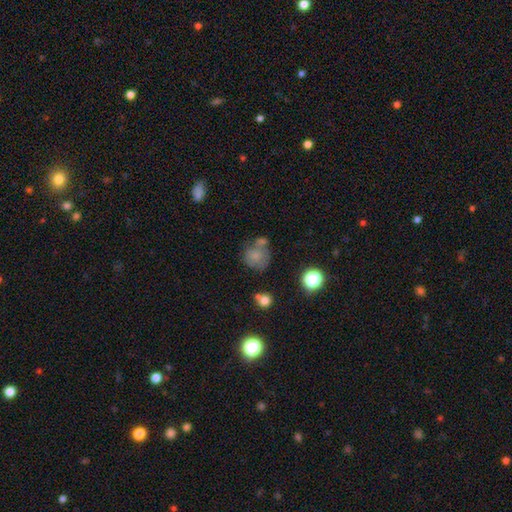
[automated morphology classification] Smooth or featured? smooth (70%)
How rounded? round (82%)
Merging? none (43%)